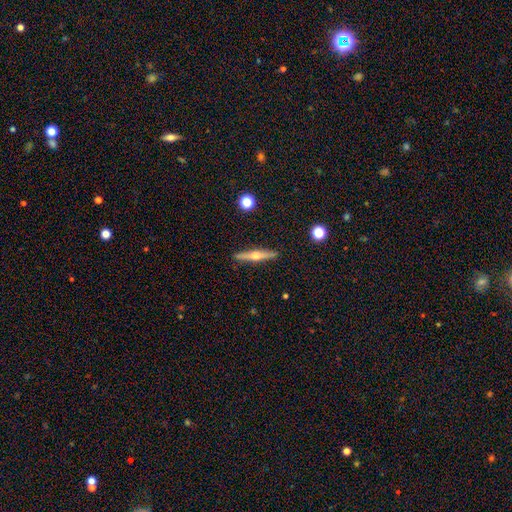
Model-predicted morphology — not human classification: The model was most divided on "smooth or featured": featured or disk: 69%, smooth: 25%, star or artifact: 6%. More confident: edge-on disk — yes (98%); edge-on bulge — rounded (92%); merging — none (91%).